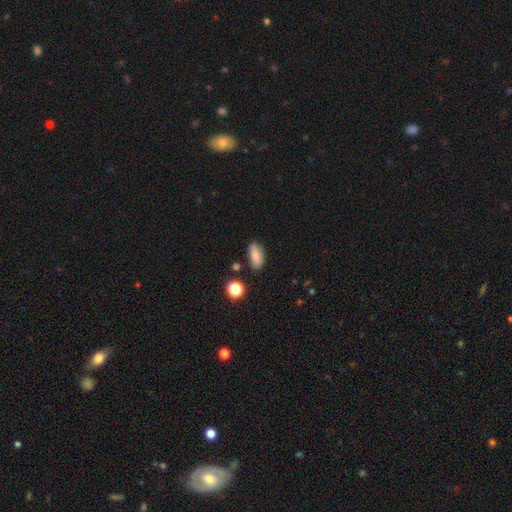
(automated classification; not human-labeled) Smooth or featured? smooth (74%)
How rounded? in between (83%)
Merging? none (81%)